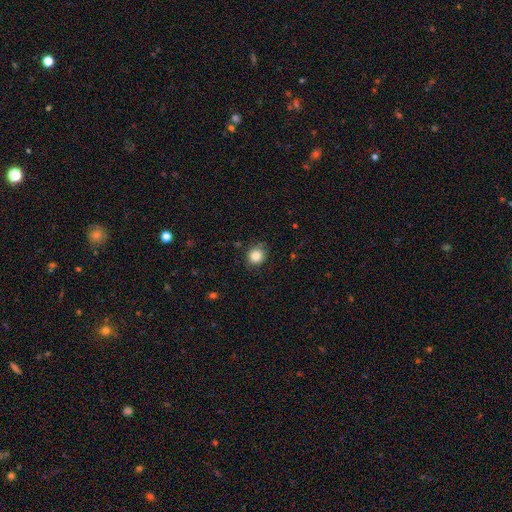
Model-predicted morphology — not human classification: Smooth or featured? smooth (85%)
How rounded? round (84%)
Merging? none (82%)